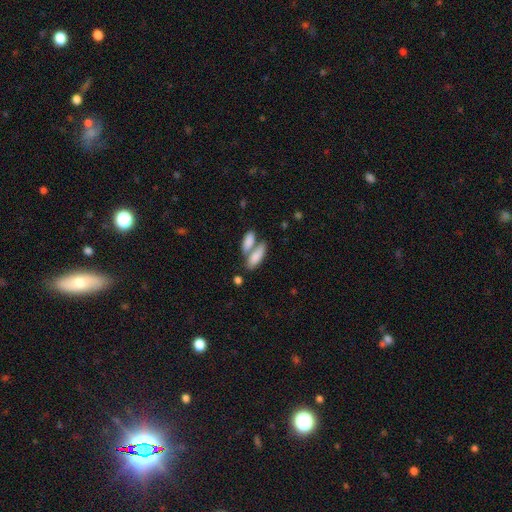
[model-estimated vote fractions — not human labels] A smooth galaxy with no disk features (82%) that is in between round and cigar-shaped (73%). Merging: merger (55%).